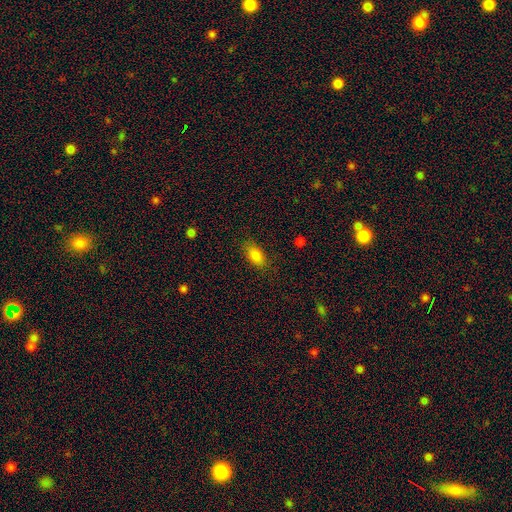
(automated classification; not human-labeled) Morphology: type=smooth (83%); roundness=in between (90%); merging=none (83%).